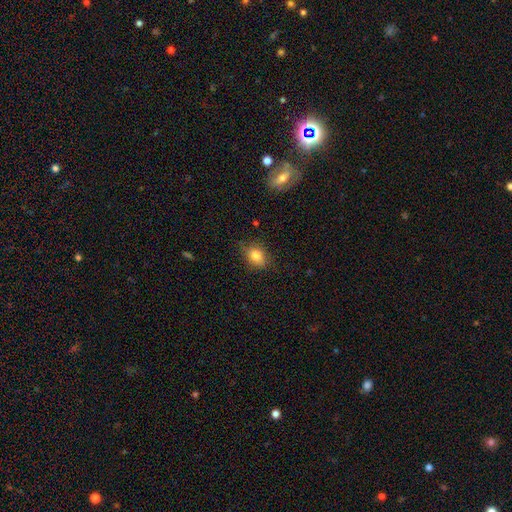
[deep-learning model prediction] smooth-or-featured: smooth: 83% | star or artifact: 9% | featured or disk: 8%
  how-rounded: in between: 65% | round: 34% | cigar-shaped: 2%
  merging: none: 75% | minor disturbance: 19% | major disturbance: 4% | merger: 1%